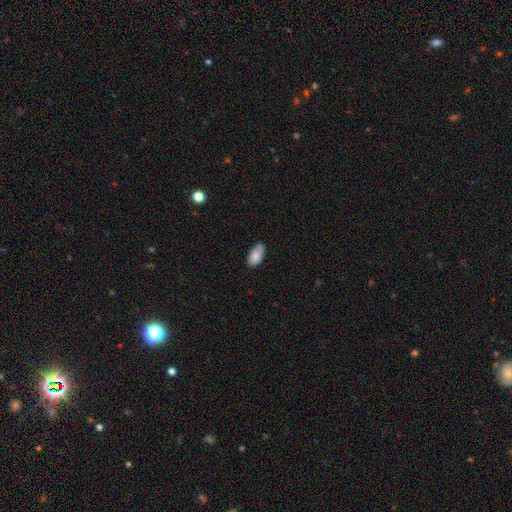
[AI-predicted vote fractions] Smooth or featured?
  - smooth: 84% *
  - featured or disk: 9%
  - star or artifact: 7%
How rounded?
  - in between: 94% *
  - cigar-shaped: 3%
  - round: 2%
Merging?
  - none: 75% *
  - minor disturbance: 20%
  - major disturbance: 3%
  - merger: 1%